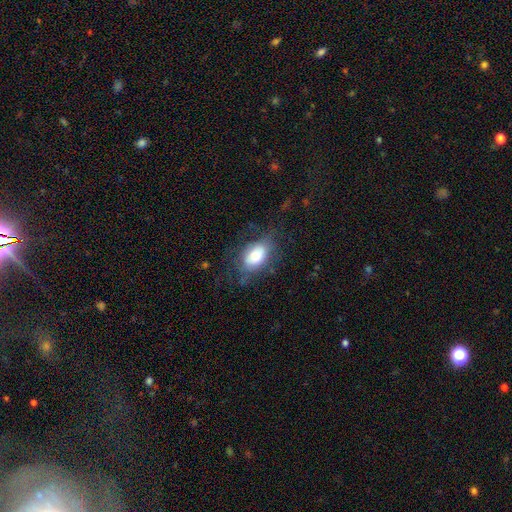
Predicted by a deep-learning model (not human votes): smooth-or-featured: smooth: 68% | featured or disk: 24% | star or artifact: 8%
  how-rounded: in between: 89% | round: 9% | cigar-shaped: 2%
  merging: none: 59% | minor disturbance: 24% | major disturbance: 16% | merger: 1%